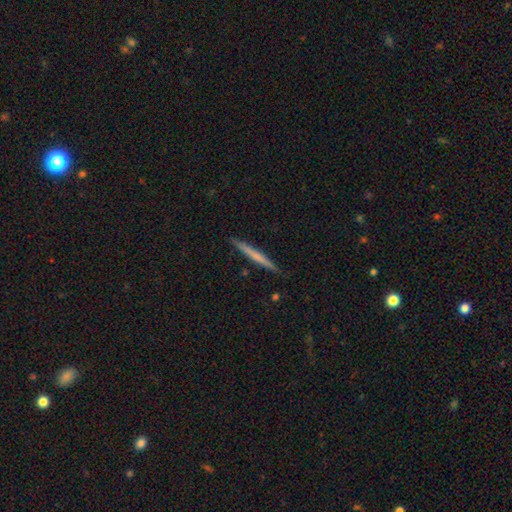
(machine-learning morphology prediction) smooth-or-featured: smooth: 53% | featured or disk: 42% | star or artifact: 5%
  how-rounded: cigar-shaped: 97% | in between: 2% | round: 1%
  merging: none: 91% | minor disturbance: 7% | major disturbance: 1% | merger: 1%